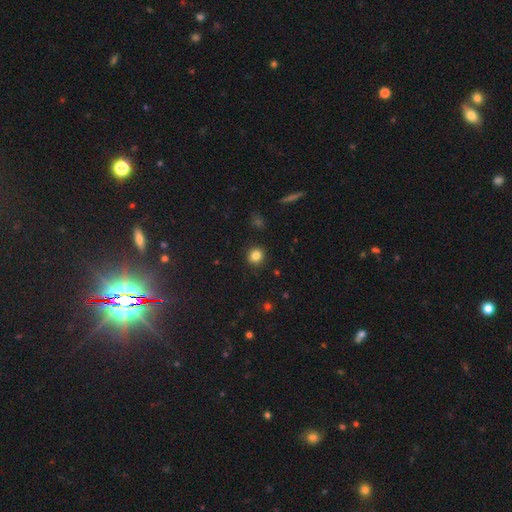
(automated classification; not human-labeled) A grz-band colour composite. It shows a smooth galaxy with no disk features (83%) that is round (86%). Merging: none (90%).